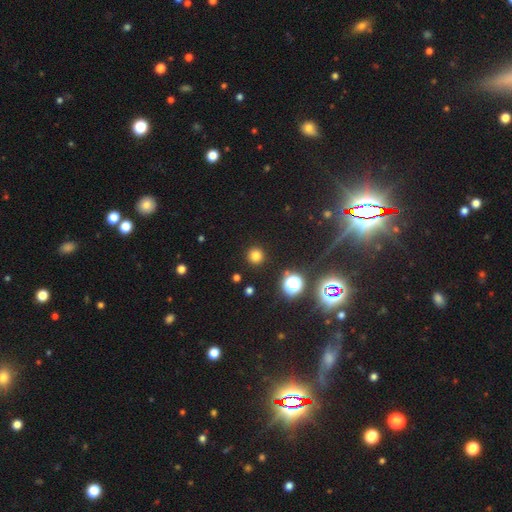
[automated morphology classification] Smooth or featured? Predicted: smooth (p=0.76). How rounded? Predicted: round (p=0.95). Merging? Predicted: none (p=0.92).